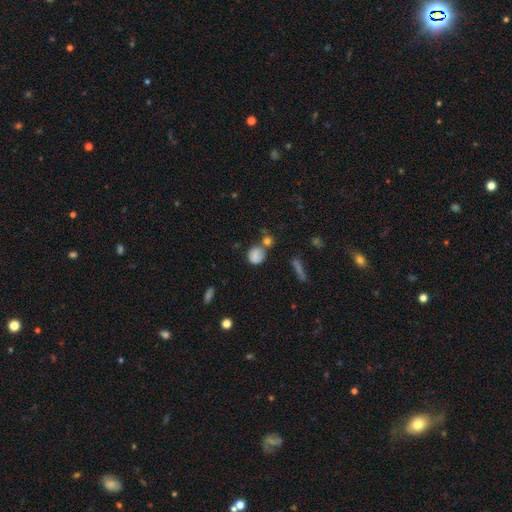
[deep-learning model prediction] The model was most divided on "merging": none: 55%, minor disturbance: 19%, merger: 18%, major disturbance: 8%. More confident: smooth or featured — smooth (78%); how rounded — round (73%).